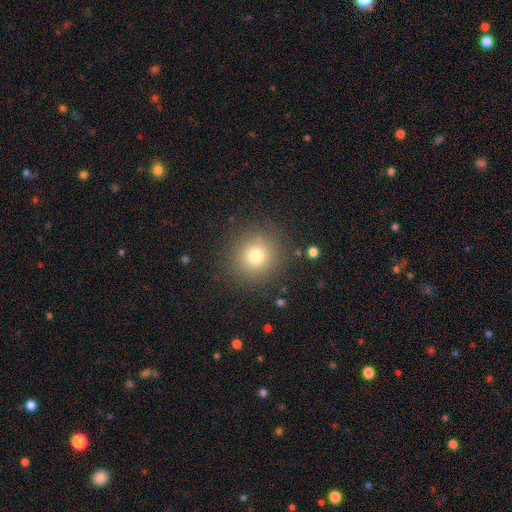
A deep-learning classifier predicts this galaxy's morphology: Smooth or featured? Predicted: smooth (p=0.75). How rounded? Predicted: round (p=0.93). Merging? Predicted: none (p=0.88).